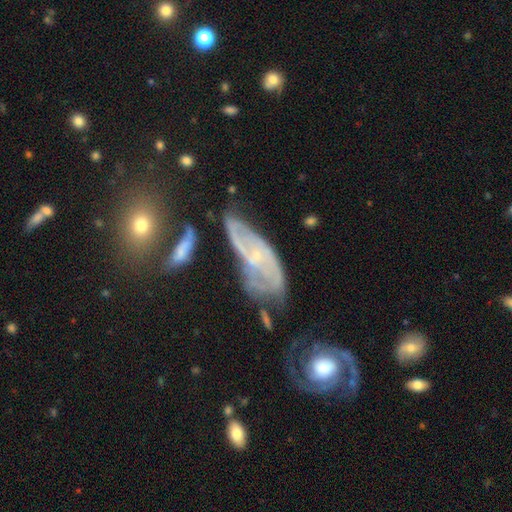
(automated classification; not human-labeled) Smooth or featured? featured or disk (76%)
Edge-on disk? no (89%)
Bar? no (65%)
Spiral arms? yes (83%)
Spiral winding? tight (45%)
Spiral arm count? can't tell (37%)
Bulge size? small (73%)
Merging? none (42%)